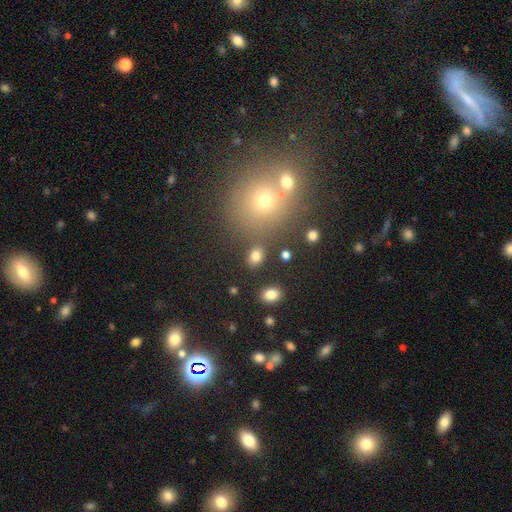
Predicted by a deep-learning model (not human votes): This appears to be a smooth galaxy with no disk features (80%) that is in between round and cigar-shaped (73%). Merging: none (79%).